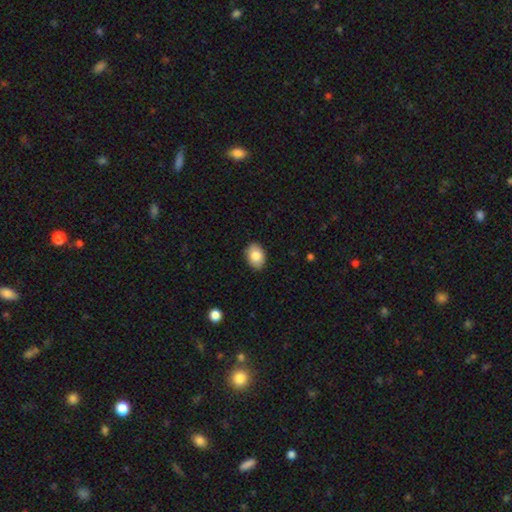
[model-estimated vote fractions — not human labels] smooth-or-featured: smooth: 83% | featured or disk: 9% | star or artifact: 7%
  how-rounded: in between: 81% | round: 18% | cigar-shaped: 1%
  merging: none: 88% | minor disturbance: 9% | major disturbance: 2% | merger: 1%